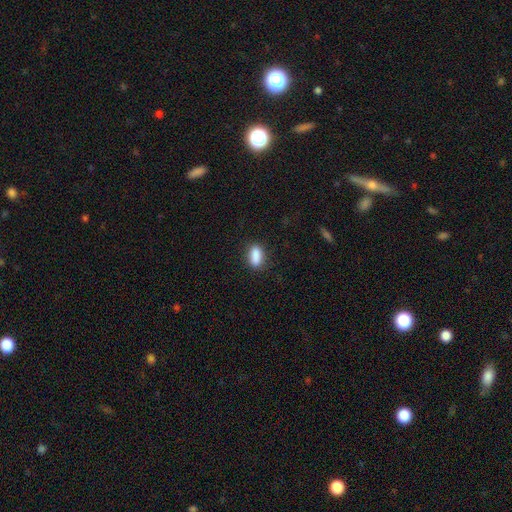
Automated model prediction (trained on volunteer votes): smooth-or-featured: smooth: 88% | star or artifact: 8% | featured or disk: 4%
  how-rounded: in between: 84% | cigar-shaped: 10% | round: 6%
  merging: none: 83% | minor disturbance: 12% | major disturbance: 3% | merger: 2%